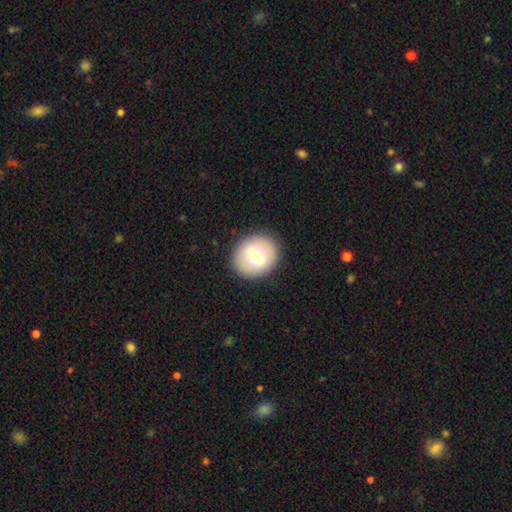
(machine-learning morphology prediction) smooth_or_featured: smooth (p=0.59) [alt: featured or disk p=0.33]
how_rounded: round (p=0.67) [alt: in between p=0.31]
merging: none (p=0.88) [alt: minor disturbance p=0.08]